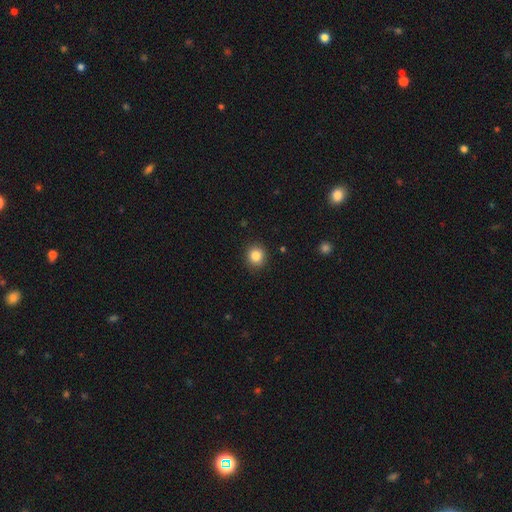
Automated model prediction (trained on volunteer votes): Morphology: type=smooth (85%); roundness=round (87%); merging=none (91%).